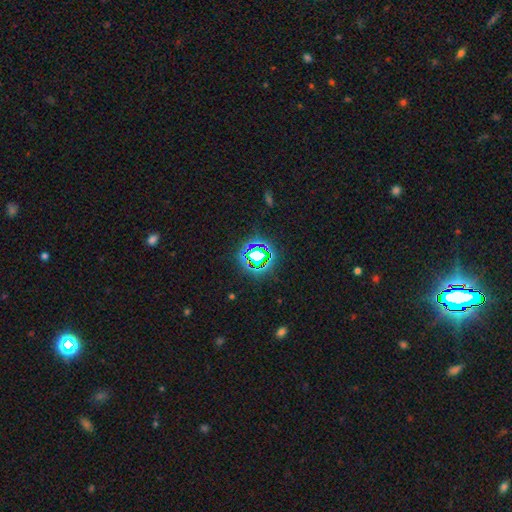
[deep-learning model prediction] smooth_or_featured: star or artifact (p=0.72) [alt: smooth p=0.18]